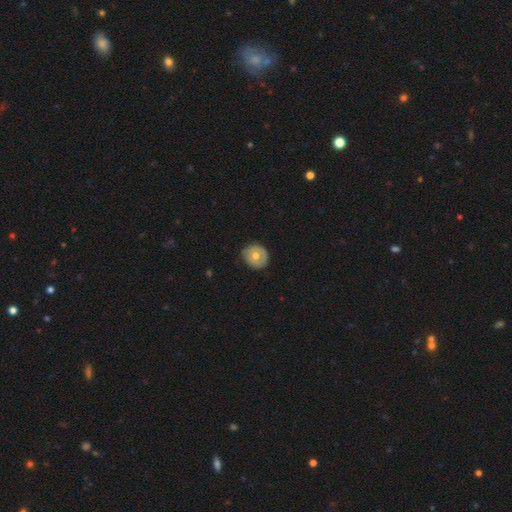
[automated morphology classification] smooth-or-featured: smooth: 57% | featured or disk: 37% | star or artifact: 7%
  how-rounded: round: 82% | in between: 17% | cigar-shaped: 1%
  merging: none: 76% | minor disturbance: 20% | major disturbance: 3% | merger: 1%